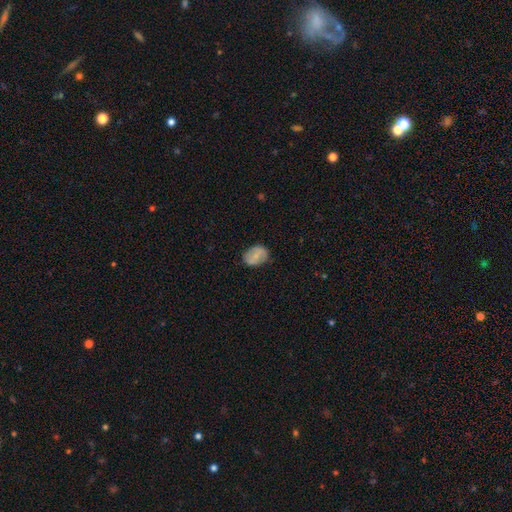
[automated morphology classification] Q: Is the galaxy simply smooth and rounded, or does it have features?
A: smooth — 61%.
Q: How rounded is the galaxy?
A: in between — 71%.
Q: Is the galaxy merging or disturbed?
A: none — 74%.